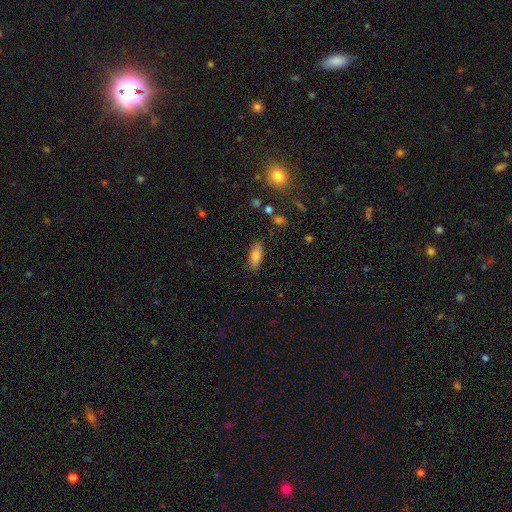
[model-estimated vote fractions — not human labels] Smooth or featured? smooth (82%)
How rounded? in between (80%)
Merging? none (86%)